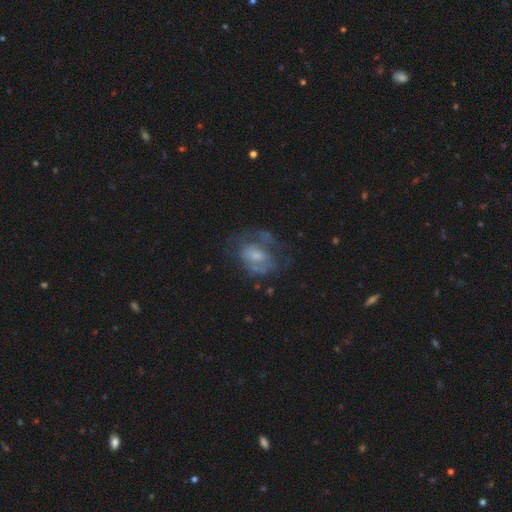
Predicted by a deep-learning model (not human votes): Smooth or featured? featured or disk (61%)
Edge-on disk? no (97%)
Bar? no (66%)
Spiral arms? yes (52%)
Bulge size? small (43%)
Merging? none (45%)